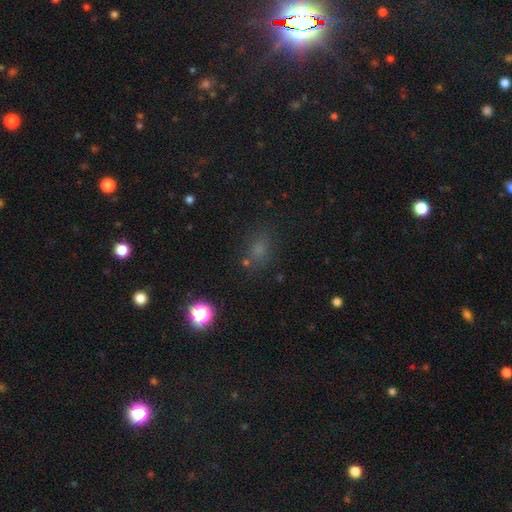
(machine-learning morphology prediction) Smooth or featured?
  - smooth: 61% *
  - star or artifact: 29%
  - featured or disk: 10%
How rounded?
  - in between: 53% *
  - round: 45%
  - cigar-shaped: 2%
Merging?
  - none: 72% *
  - minor disturbance: 15%
  - major disturbance: 7%
  - merger: 6%